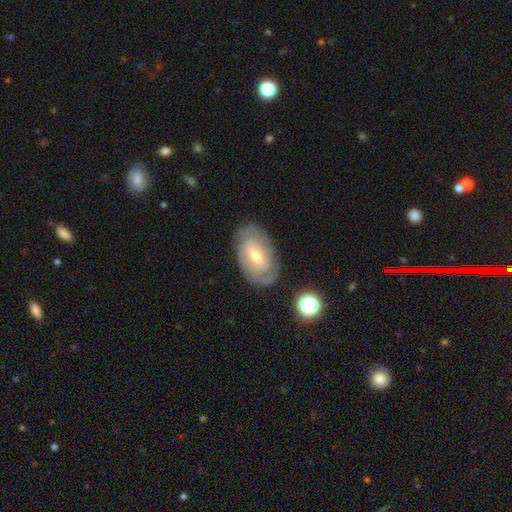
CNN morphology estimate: Overall: featured or disk (78%). Edge-on disk: no (95%). Bar: weak (52%; no 28%). Spiral arms: yes (92%). Spiral arm count: 2 (38%; can't tell 33%). Spiral winding: tight (65%; medium 28%). Bulge size: small (55%; moderate 41%). Merging: none (79%).